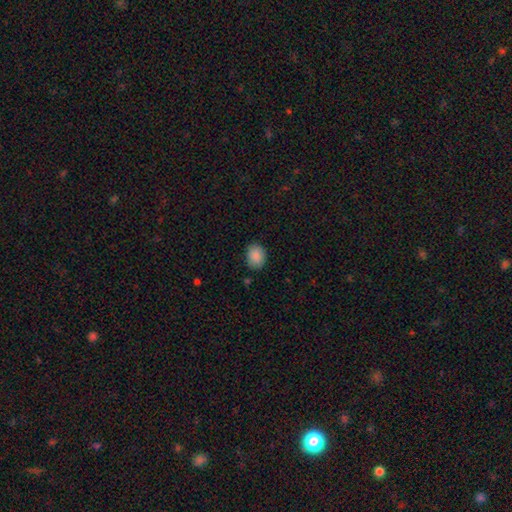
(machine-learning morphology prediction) A smooth galaxy with no disk features (89%) that is in between round and cigar-shaped (55%).

Vote fractions:
- Smooth or featured? smooth: 89% / star or artifact: 8% / featured or disk: 3%
- How rounded? in between: 55% / round: 44% / cigar-shaped: 1%
- Merging? none: 85% / minor disturbance: 12% / major disturbance: 3% / merger: 1%